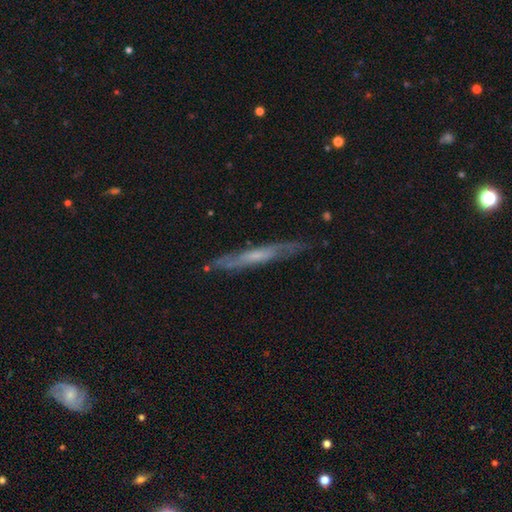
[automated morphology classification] featured or disk 61%, smooth 33%, star or artifact 6%. Down the decision tree: edge-on disk — yes (79%); merging — none (79%).